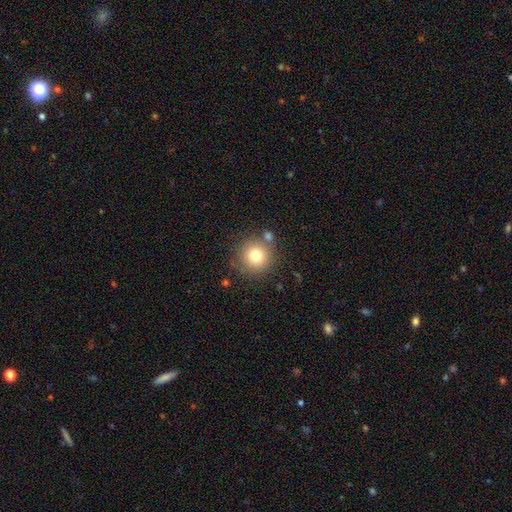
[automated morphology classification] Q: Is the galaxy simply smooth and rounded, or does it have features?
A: smooth — 77%.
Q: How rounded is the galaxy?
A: round — 94%.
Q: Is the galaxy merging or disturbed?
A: none — 78%.